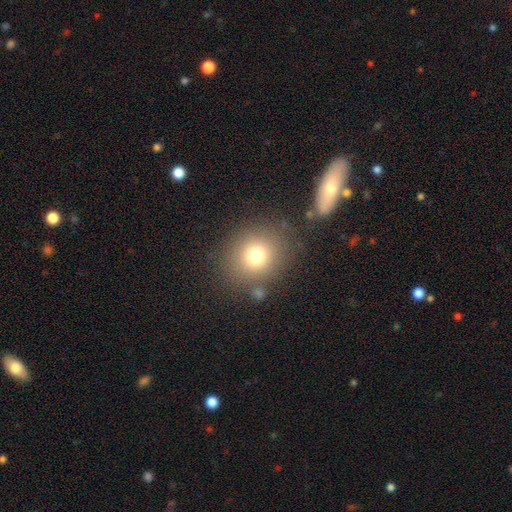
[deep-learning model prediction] A smooth galaxy with no disk features (76%) that is round (76%). Merging: none (78%).